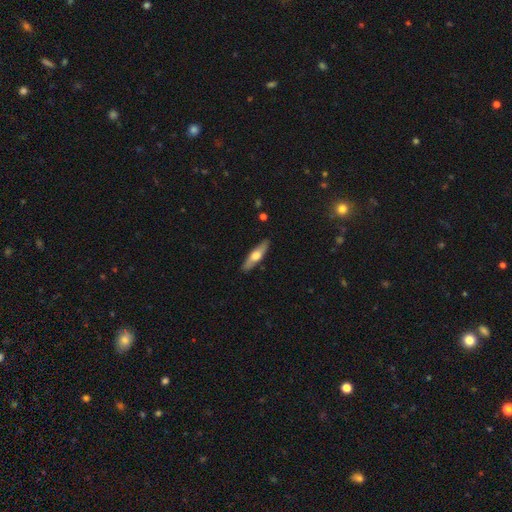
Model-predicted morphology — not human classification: The model was most divided on "smooth or featured": smooth: 48%, featured or disk: 47%, star or artifact: 5%. More confident: merging — none (88%).